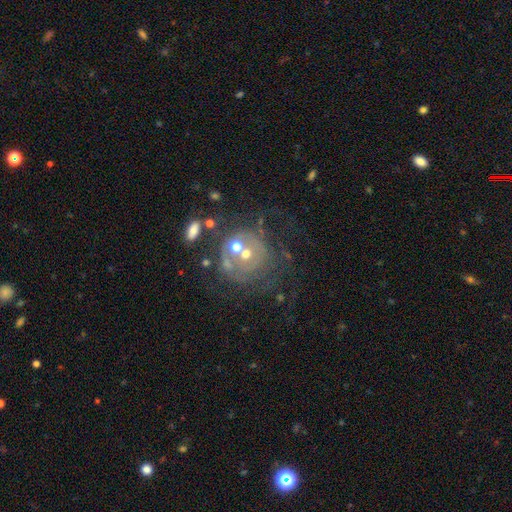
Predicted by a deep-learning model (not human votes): Smooth or featured? featured or disk (60%)
Edge-on disk? no (96%)
Bar? no (80%)
Spiral arms? no (53%)
Bulge size? moderate (45%)
Merging? none (51%)